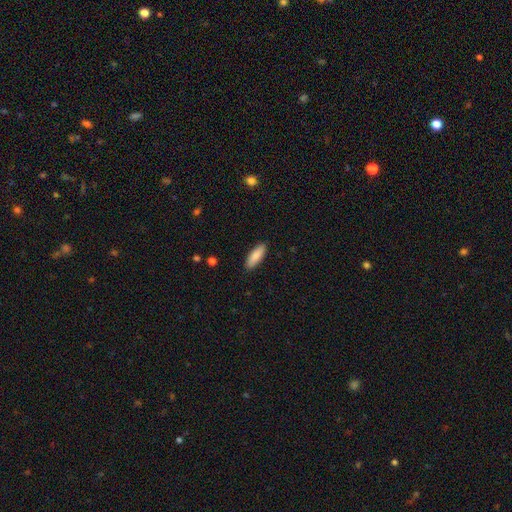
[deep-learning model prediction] A smooth galaxy with no disk features (86%) that is in between round and cigar-shaped (58%).

Vote fractions:
- Smooth or featured? smooth: 86% / featured or disk: 8% / star or artifact: 6%
- How rounded? in between: 58% / cigar-shaped: 41% / round: 2%
- Merging? none: 89% / minor disturbance: 8% / major disturbance: 2% / merger: 1%